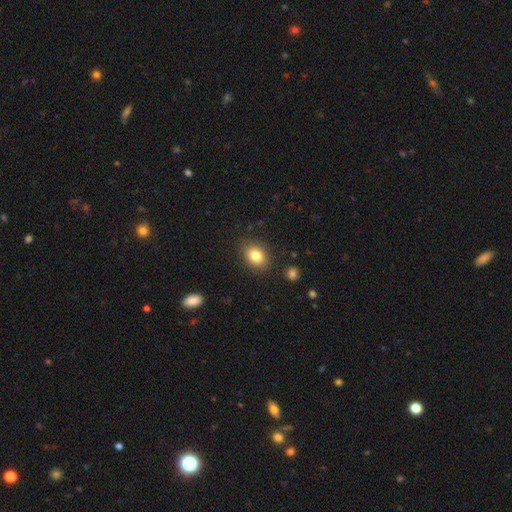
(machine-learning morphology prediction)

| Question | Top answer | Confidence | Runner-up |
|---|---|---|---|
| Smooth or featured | smooth | 83% | star or artifact (9%) |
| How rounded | in between | 70% | round (29%) |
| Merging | none | 85% | minor disturbance (10%) |